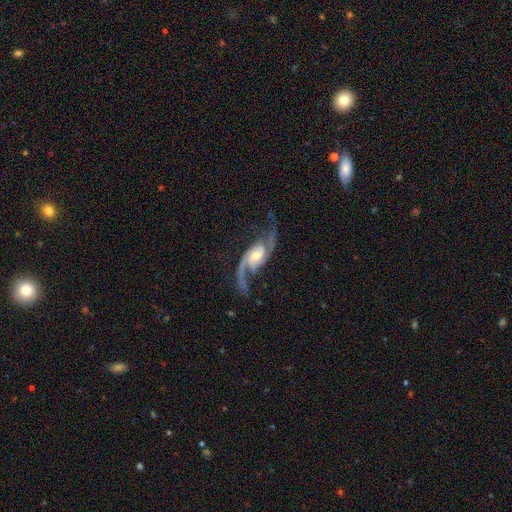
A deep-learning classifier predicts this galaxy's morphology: Smooth or featured?
  - featured or disk: 92% *
  - star or artifact: 5%
  - smooth: 3%
Edge-on disk?
  - no: 96% *
  - yes: 4%
Bar?
  - no: 50% *
  - weak: 34%
  - strong: 16%
Spiral arms?
  - yes: 98% *
  - no: 2%
Spiral winding?
  - loose: 55% *
  - medium: 36%
  - tight: 9%
Spiral arm count?
  - 2: 92% *
  - 3: 2%
  - 1: 2%
  - can't tell: 2%
  - 4: 1%
  - more than 4: 1%
Bulge size?
  - moderate: 60% *
  - small: 31%
  - large: 6%
  - none: 2%
  - dominant: 1%
Merging?
  - none: 72% *
  - minor disturbance: 15%
  - major disturbance: 11%
  - merger: 2%